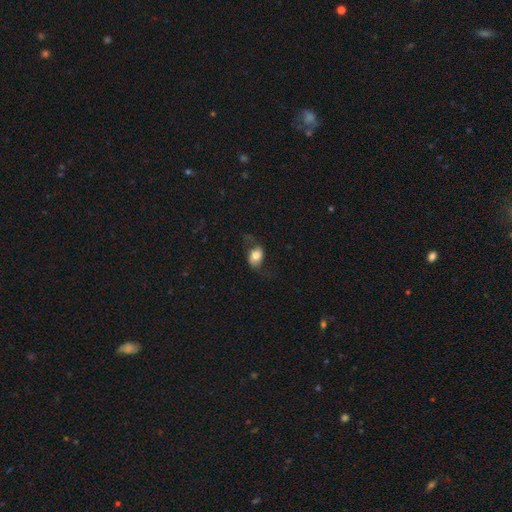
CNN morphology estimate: type=smooth (67%); roundness=in between (80%); merging=none (60%).